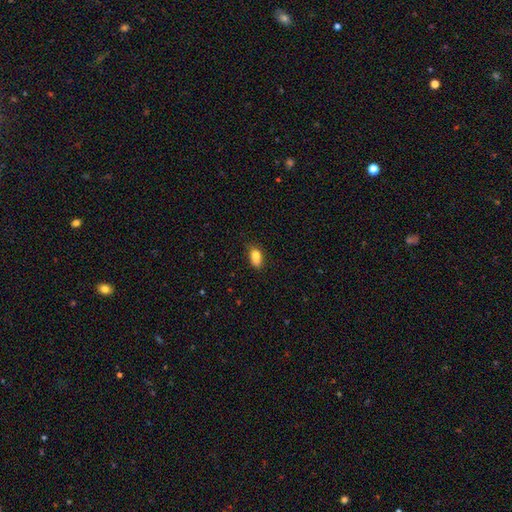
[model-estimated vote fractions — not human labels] Smooth or featured: smooth — 82% (star or artifact — 9%)
How rounded: in between — 85% (round — 8%)
Merging: none — 62% (minor disturbance — 29%)